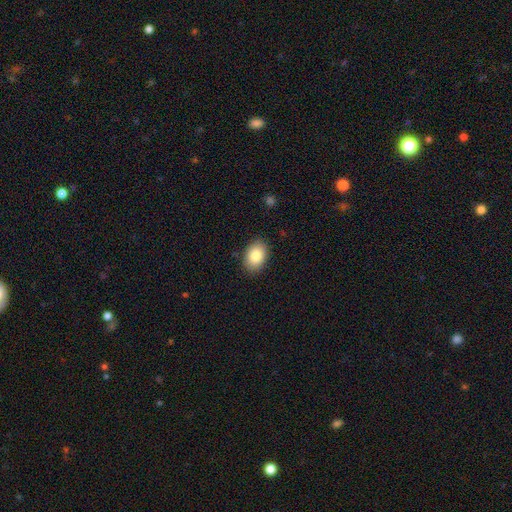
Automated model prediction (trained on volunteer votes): Smooth or featured: smooth — 85% (featured or disk — 8%)
How rounded: in between — 83% (round — 16%)
Merging: none — 87% (minor disturbance — 9%)